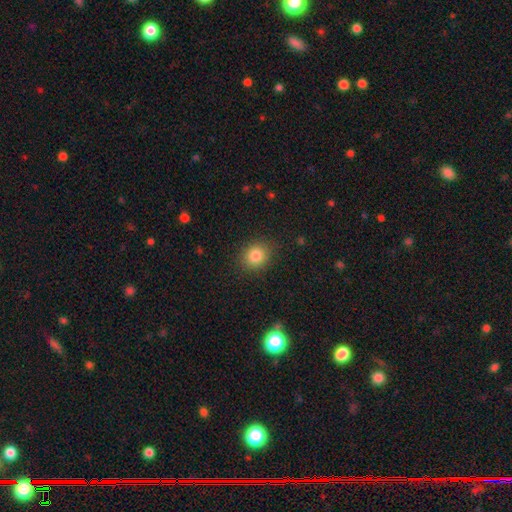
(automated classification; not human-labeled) A smooth galaxy with no disk features (84%) that is round (73%).

Vote fractions:
- Smooth or featured? smooth: 84% / star or artifact: 10% / featured or disk: 6%
- How rounded? round: 73% / in between: 26% / cigar-shaped: 1%
- Merging? none: 87% / minor disturbance: 9% / major disturbance: 3% / merger: 1%